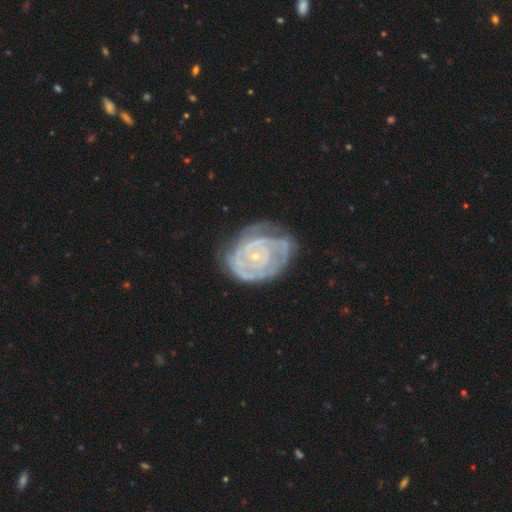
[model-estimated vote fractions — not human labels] Smooth or featured? Predicted: featured or disk (p=0.82). Edge-on disk? Predicted: no (p=0.97). Bar? Predicted: no (p=0.73). Spiral arms? Predicted: yes (p=0.89). Spiral winding? Predicted: tight (p=0.77). Spiral arm count? Predicted: can't tell (p=0.40). Bulge size? Predicted: small (p=0.81). Merging? Predicted: none (p=0.57).